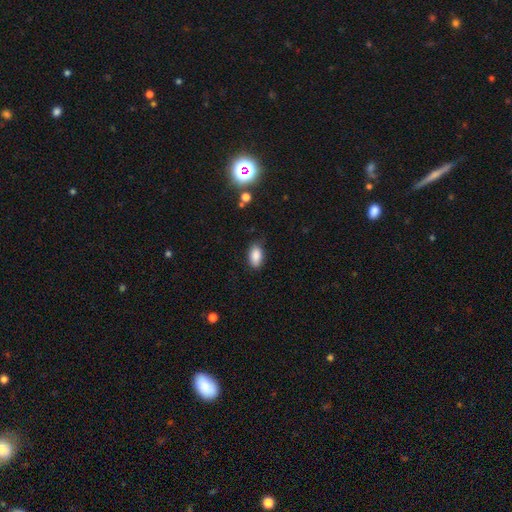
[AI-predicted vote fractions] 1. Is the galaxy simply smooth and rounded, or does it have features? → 87% smooth, 8% star or artifact, 5% featured or disk.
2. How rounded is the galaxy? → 92% in between, 5% round, 3% cigar-shaped.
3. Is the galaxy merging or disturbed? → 80% none, 16% minor disturbance, 3% major disturbance, 1% merger.